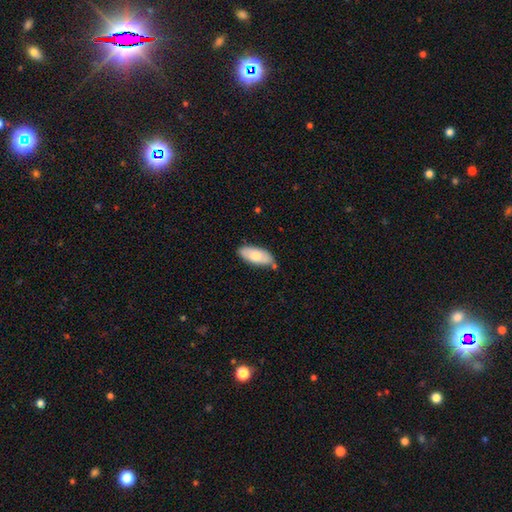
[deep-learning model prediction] Smooth or featured? Predicted: smooth (p=0.73). How rounded? Predicted: in between (p=0.87). Merging? Predicted: none (p=0.73).